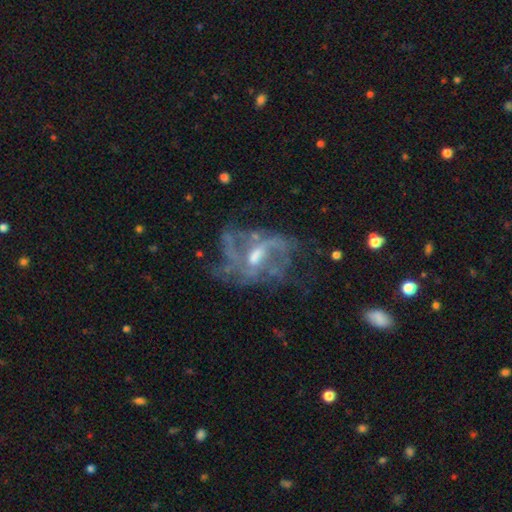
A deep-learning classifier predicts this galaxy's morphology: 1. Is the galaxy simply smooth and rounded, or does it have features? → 82% featured or disk, 9% star or artifact, 9% smooth.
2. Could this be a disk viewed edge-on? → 97% no, 3% yes.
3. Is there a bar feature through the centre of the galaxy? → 52% weak, 31% no, 17% strong.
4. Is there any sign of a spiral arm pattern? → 77% yes, 23% no.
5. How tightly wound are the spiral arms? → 43% loose, 41% medium, 16% tight.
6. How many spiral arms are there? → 35% 2, 33% can't tell, 15% 3, 7% 4, 6% 1, 4% more than 4.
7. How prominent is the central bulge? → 55% moderate, 32% small, 7% none, 5% large, 1% dominant.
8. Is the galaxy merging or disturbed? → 44% none, 32% major disturbance, 20% minor disturbance, 4% merger.